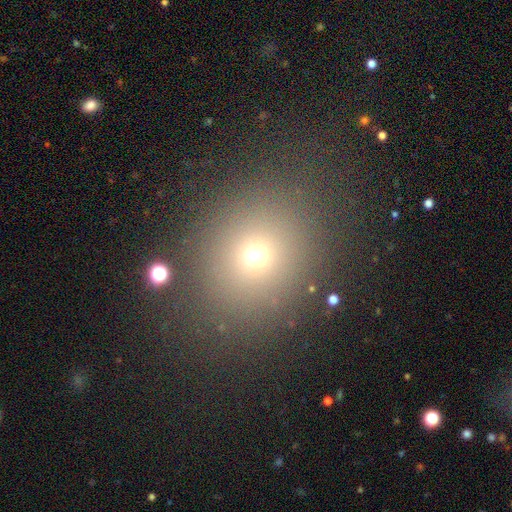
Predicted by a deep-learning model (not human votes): smooth_or_featured: smooth (p=0.67) [alt: star or artifact p=0.23]
how_rounded: round (p=0.81) [alt: in between p=0.18]
merging: none (p=0.83) [alt: minor disturbance p=0.09]